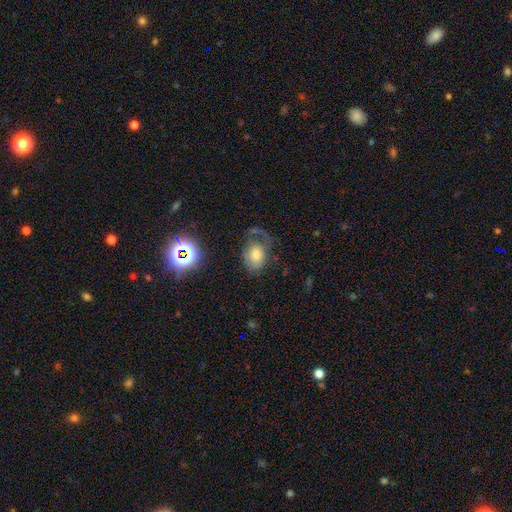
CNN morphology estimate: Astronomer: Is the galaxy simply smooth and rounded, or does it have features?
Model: smooth — 48% (runner-up: featured or disk, 40%).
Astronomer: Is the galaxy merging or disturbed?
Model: major disturbance — 38% (runner-up: none, 36%).